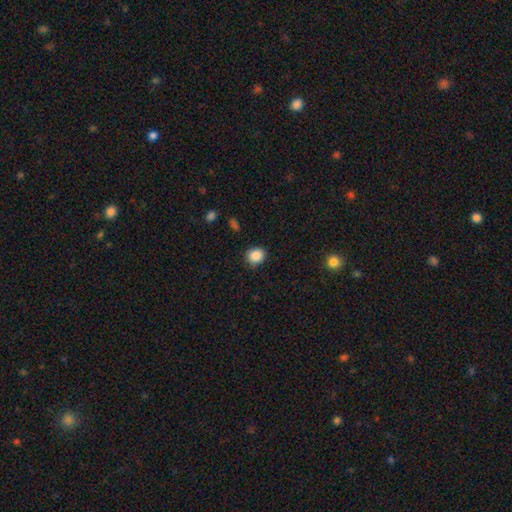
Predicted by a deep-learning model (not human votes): Overall: smooth (87%). How rounded: round (71%). Merging: none (87%).